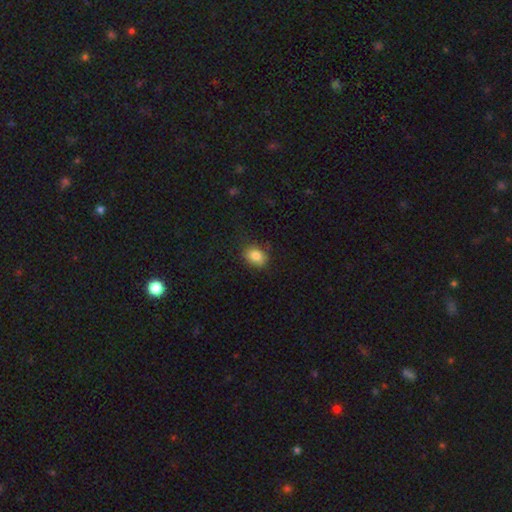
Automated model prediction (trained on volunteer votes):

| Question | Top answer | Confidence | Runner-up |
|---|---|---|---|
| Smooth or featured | smooth | 84% | star or artifact (9%) |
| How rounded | in between | 61% | round (38%) |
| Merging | none | 76% | minor disturbance (19%) |